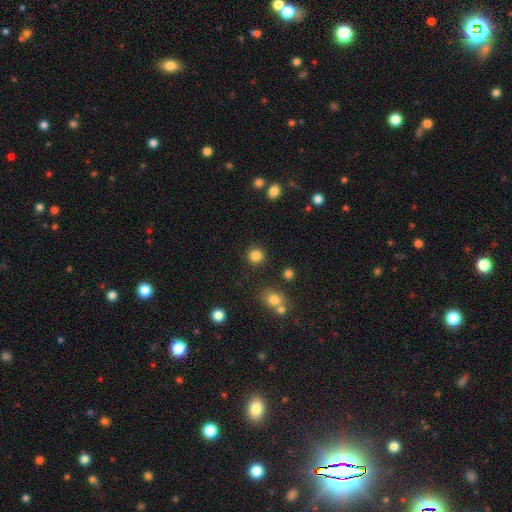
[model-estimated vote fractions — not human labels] Overall: smooth (84%). How rounded: round (93%). Merging: none (89%).